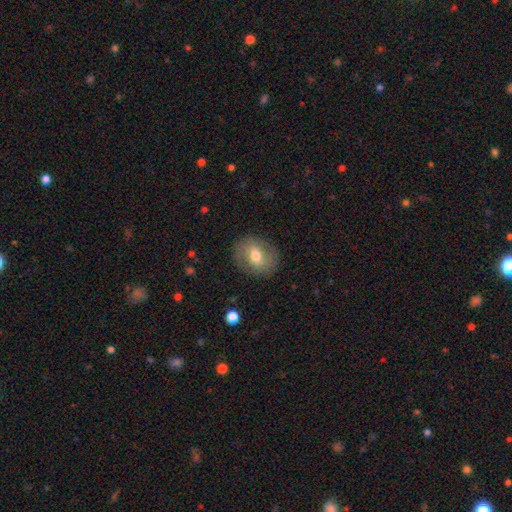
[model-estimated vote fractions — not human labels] Morphology: type=smooth (57%); roundness=round (55%); merging=none (83%).